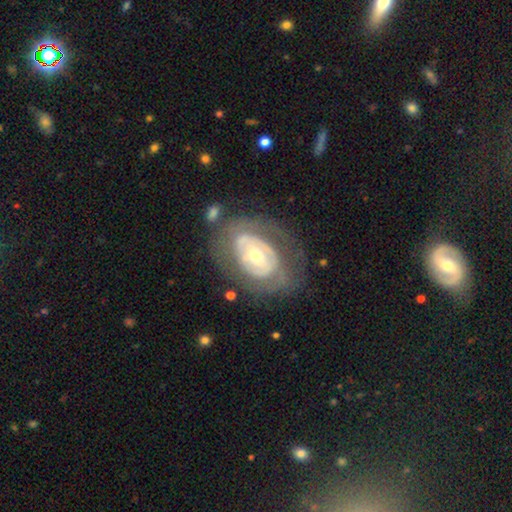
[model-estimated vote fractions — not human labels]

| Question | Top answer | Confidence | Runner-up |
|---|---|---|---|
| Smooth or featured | featured or disk | 76% | smooth (18%) |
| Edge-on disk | no | 95% | yes (5%) |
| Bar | no | 46% | weak (35%) |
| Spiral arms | yes | 57% | no (43%) |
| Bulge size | moderate | 49% | small (46%) |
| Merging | none | 64% | minor disturbance (19%) |